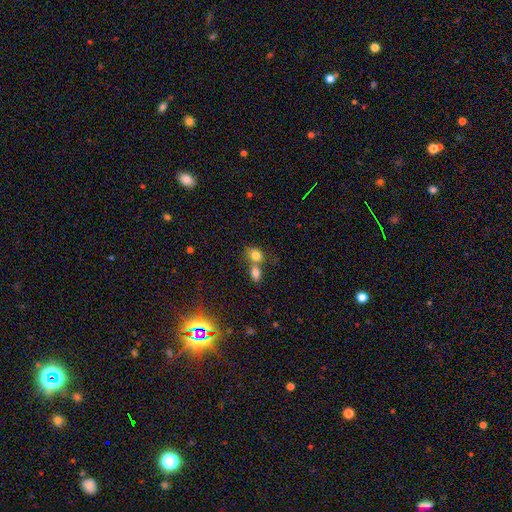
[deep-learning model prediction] Smooth or featured? Predicted: smooth (p=0.79). How rounded? Predicted: in between (p=0.64). Merging? Predicted: merger (p=0.58).